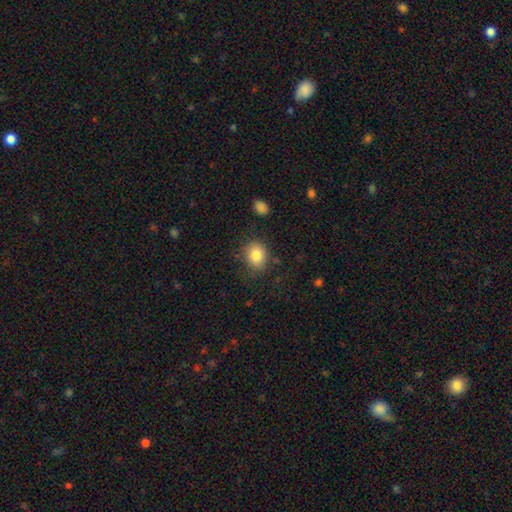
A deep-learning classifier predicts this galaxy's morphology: The model was most divided on "how rounded": round: 59%, in between: 40%, cigar-shaped: 1%. More confident: smooth or featured — smooth (83%); merging — none (78%).